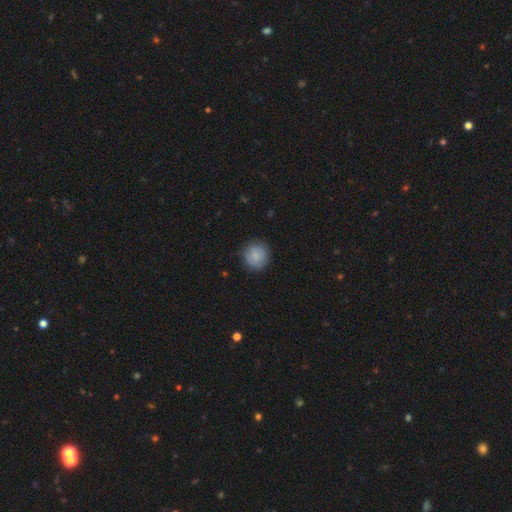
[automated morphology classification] Smooth or featured? Predicted: smooth (p=0.86). How rounded? Predicted: round (p=0.93). Merging? Predicted: none (p=0.88).